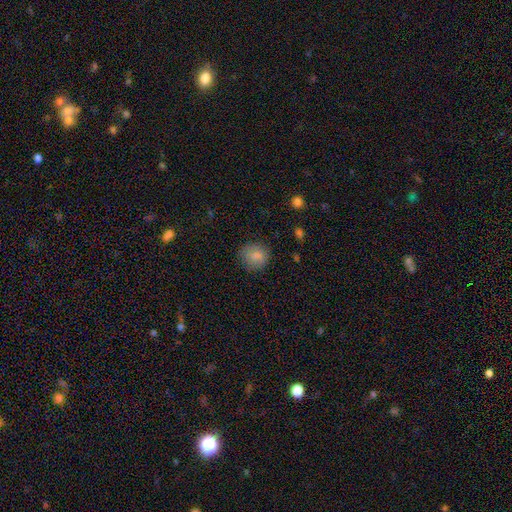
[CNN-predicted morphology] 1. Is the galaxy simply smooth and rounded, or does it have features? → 84% smooth, 9% star or artifact, 7% featured or disk.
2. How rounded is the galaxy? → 84% round, 15% in between, 1% cigar-shaped.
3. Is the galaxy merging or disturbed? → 80% none, 14% minor disturbance, 4% major disturbance, 1% merger.